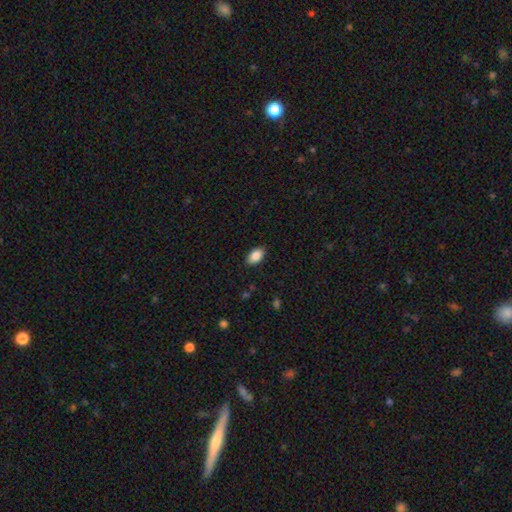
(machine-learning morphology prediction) smooth_or_featured: smooth (p=0.87) [alt: star or artifact p=0.07]
how_rounded: in between (p=0.93) [alt: round p=0.05]
merging: none (p=0.88) [alt: minor disturbance p=0.09]